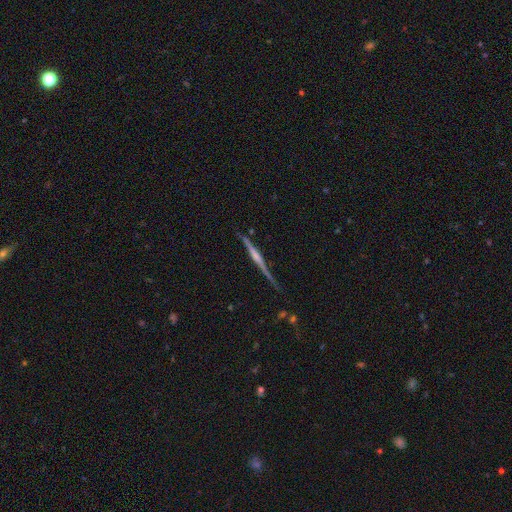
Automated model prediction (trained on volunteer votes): A featured or disk galaxy (78%) viewed edge-on (98%) with a rounded central bulge (58%).

Vote fractions:
- Smooth or featured? featured or disk: 78% / smooth: 15% / star or artifact: 7%
- Edge-on disk? yes: 98% / no: 2%
- Edge-on bulge? rounded: 58% / none: 24% / boxy: 17%
- Merging? none: 81% / minor disturbance: 13% / major disturbance: 3% / merger: 2%